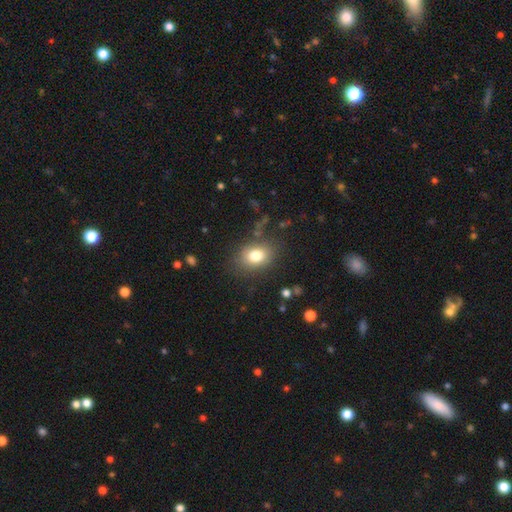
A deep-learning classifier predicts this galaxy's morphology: A smooth galaxy with no disk features (79%) that is in between round and cigar-shaped (64%).

Vote fractions:
- Smooth or featured? smooth: 79% / star or artifact: 11% / featured or disk: 10%
- How rounded? in between: 64% / round: 35% / cigar-shaped: 1%
- Merging? none: 80% / minor disturbance: 13% / major disturbance: 5% / merger: 2%